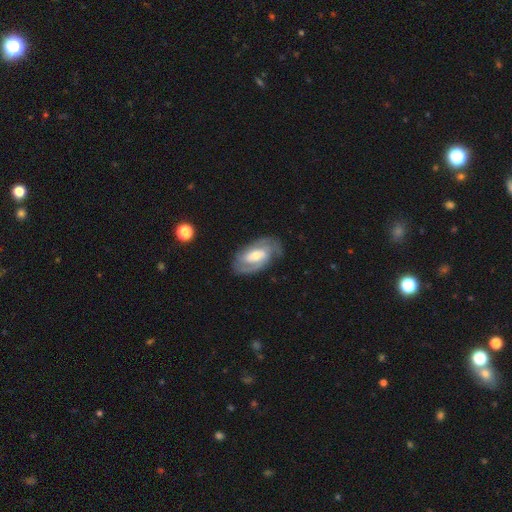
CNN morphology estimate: The model was most divided on "bar": weak: 42%, no: 35%, strong: 23%. Remaining: edge-on disk — no (95%); spiral arms — yes (91%); smooth or featured — featured or disk (78%); merging — none (74%); spiral arm count — 2 (69%); bulge size — moderate (57%); spiral winding — tight (47%).